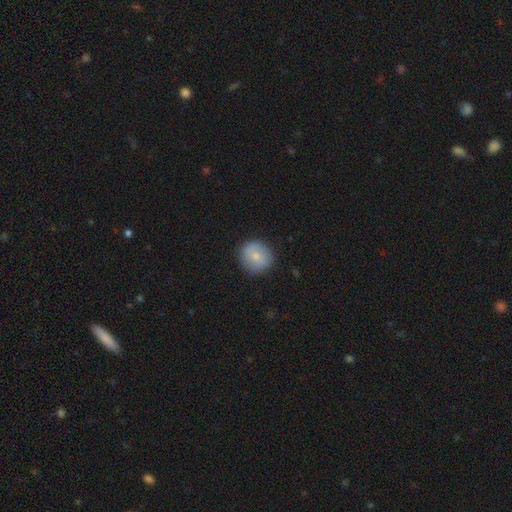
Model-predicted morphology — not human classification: Q: Smooth or featured?
A: smooth (75%); runner-up: featured or disk (18%)
Q: How rounded?
A: round (91%); runner-up: in between (8%)
Q: Merging?
A: none (85%); runner-up: minor disturbance (11%)